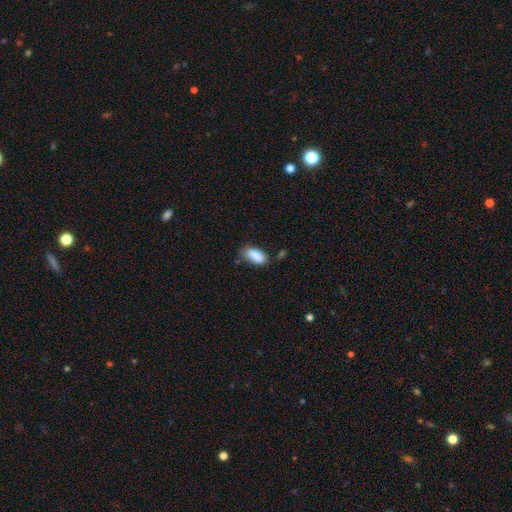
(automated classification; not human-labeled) The model was most divided on "merging": none: 63%, minor disturbance: 26%, merger: 6%, major disturbance: 6%. More confident: smooth or featured — smooth (86%); how rounded — in between (84%).